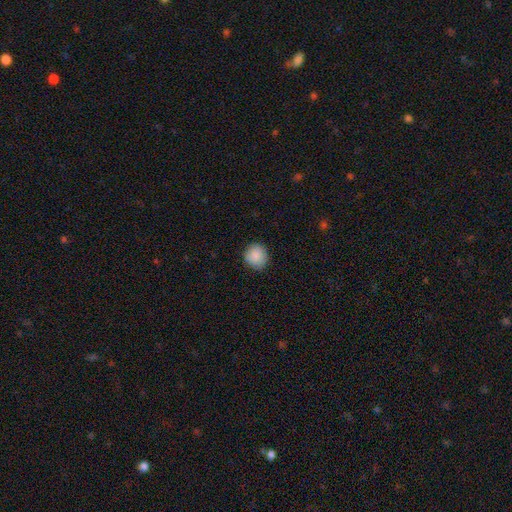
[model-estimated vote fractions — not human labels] This is clearly a smooth galaxy (89%). How rounded: clearly round (88%). Merging: clearly none (86%).